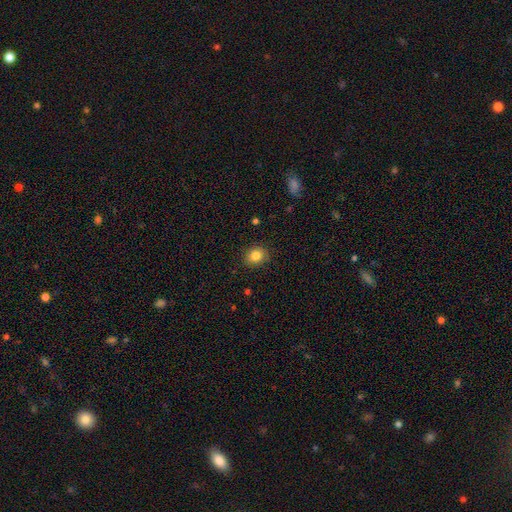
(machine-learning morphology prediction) type=smooth (83%); roundness=round (71%); merging=none (88%).